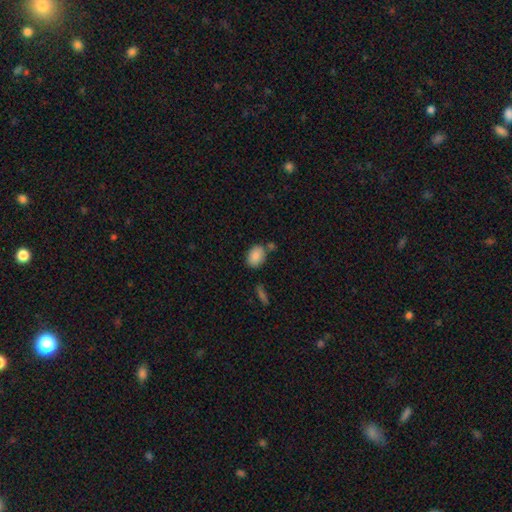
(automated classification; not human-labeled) smooth-or-featured: smooth: 86% | star or artifact: 8% | featured or disk: 6%
  how-rounded: in between: 77% | round: 22% | cigar-shaped: 1%
  merging: none: 67% | minor disturbance: 15% | merger: 14% | major disturbance: 4%